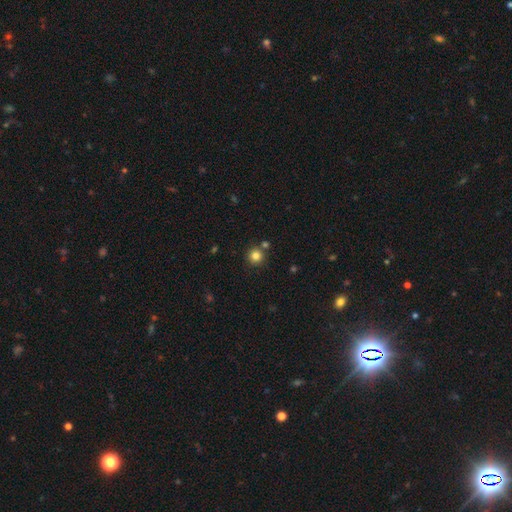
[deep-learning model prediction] Q: Smooth or featured?
A: smooth (82%); runner-up: star or artifact (13%)
Q: How rounded?
A: round (94%); runner-up: in between (5%)
Q: Merging?
A: none (79%); runner-up: merger (11%)